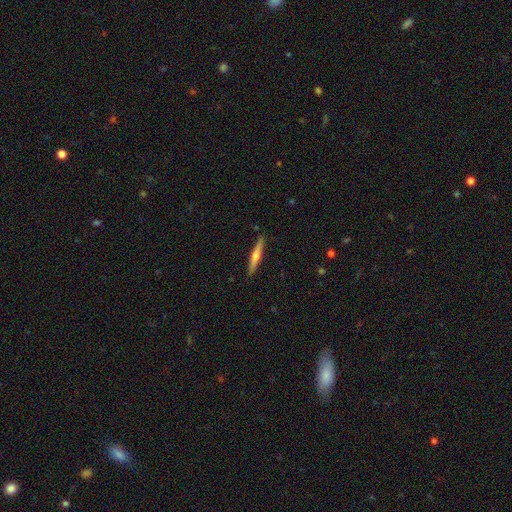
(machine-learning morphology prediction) Smooth or featured? featured or disk (55%)
Edge-on disk? yes (97%)
Edge-on bulge? rounded (82%)
Merging? none (91%)